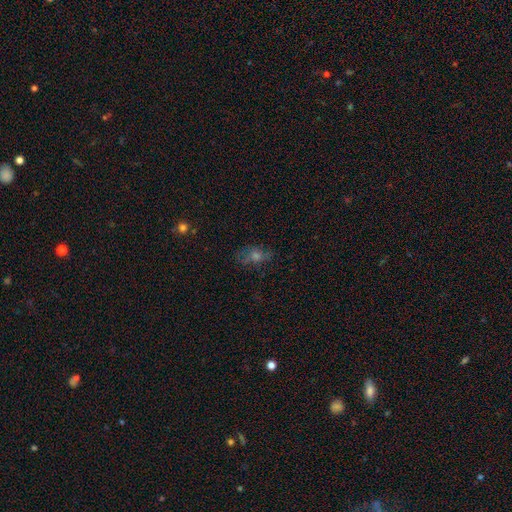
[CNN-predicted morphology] A smooth galaxy with no disk features (42%).

Vote fractions:
- Smooth or featured? smooth: 42% / featured or disk: 31% / star or artifact: 27%
- Merging? none: 68% / minor disturbance: 20% / major disturbance: 10% / merger: 2%